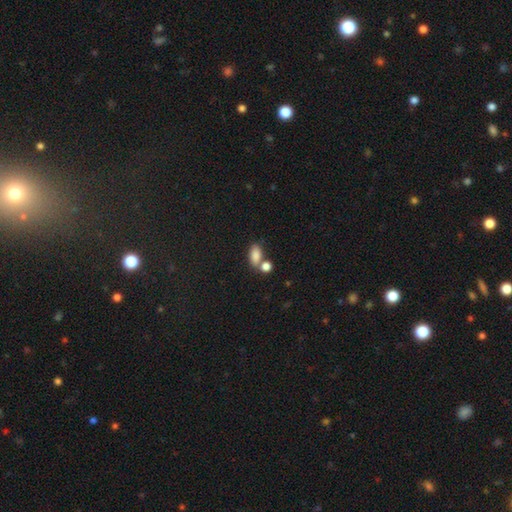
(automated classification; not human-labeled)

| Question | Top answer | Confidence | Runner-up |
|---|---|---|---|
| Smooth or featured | smooth | 84% | star or artifact (9%) |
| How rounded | in between | 87% | round (8%) |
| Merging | none | 47% | merger (36%) |